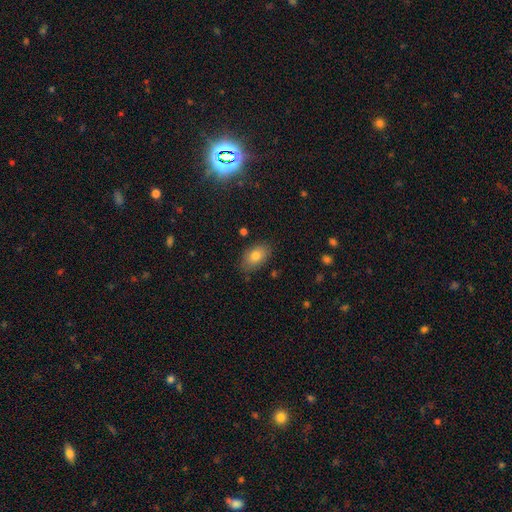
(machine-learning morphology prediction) Smooth or featured?
  - smooth: 80% *
  - featured or disk: 12%
  - star or artifact: 9%
How rounded?
  - in between: 89% *
  - round: 9%
  - cigar-shaped: 2%
Merging?
  - none: 82% *
  - minor disturbance: 14%
  - major disturbance: 3%
  - merger: 2%